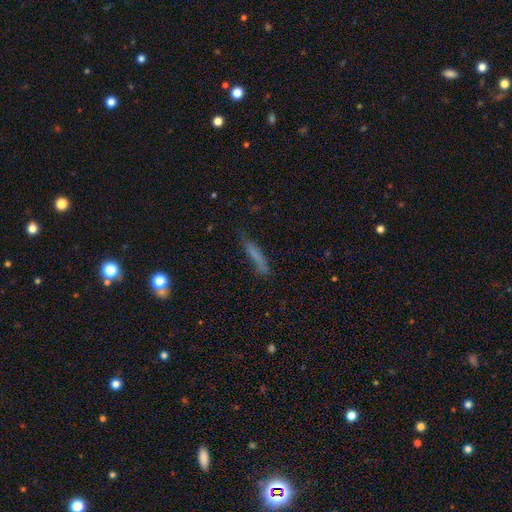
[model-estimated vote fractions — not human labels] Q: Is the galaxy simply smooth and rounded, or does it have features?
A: smooth — 59%.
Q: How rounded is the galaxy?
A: cigar-shaped — 89%.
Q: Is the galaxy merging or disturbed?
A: none — 67%.